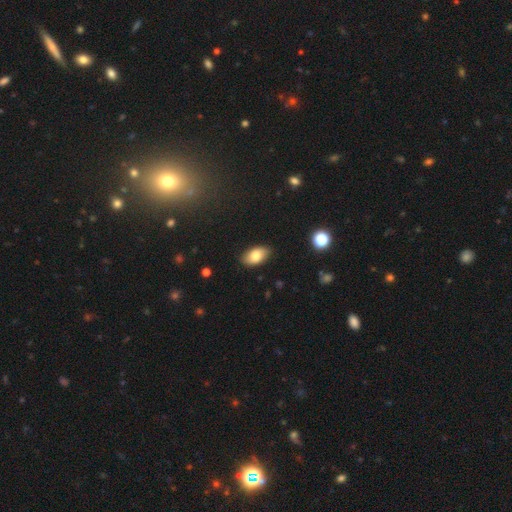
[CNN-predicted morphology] smooth 81%, featured or disk 12%, star or artifact 8%. Down the decision tree: how rounded — in between (93%); merging — none (86%).